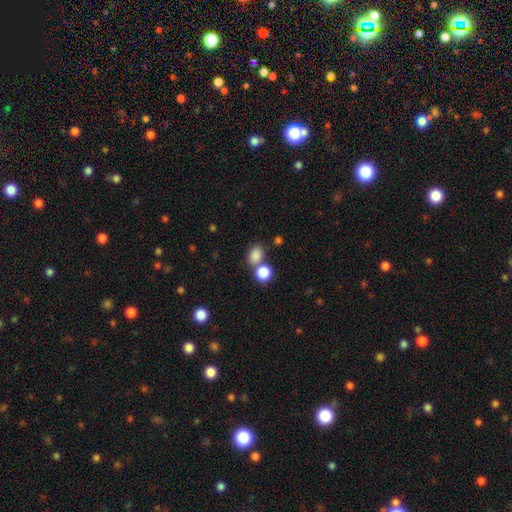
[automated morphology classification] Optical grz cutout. It shows a smooth galaxy with no disk features (83%) that is in between round and cigar-shaped (60%). Merging: none (54%).